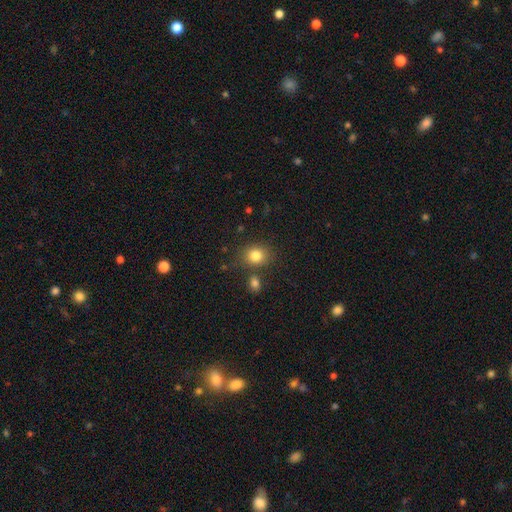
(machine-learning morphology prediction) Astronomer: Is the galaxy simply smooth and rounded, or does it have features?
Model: smooth — 82%.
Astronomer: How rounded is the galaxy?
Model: round — 67%.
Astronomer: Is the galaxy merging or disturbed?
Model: none — 75%.